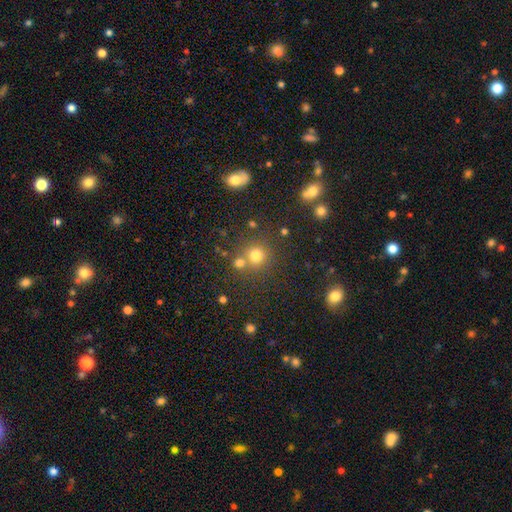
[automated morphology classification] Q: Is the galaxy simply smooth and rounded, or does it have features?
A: smooth — 74%.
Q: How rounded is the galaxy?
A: round — 90%.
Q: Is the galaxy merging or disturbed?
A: none — 65%.